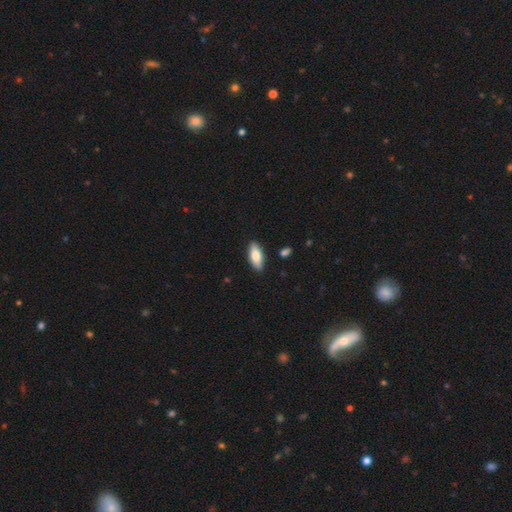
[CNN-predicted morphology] smooth 78%, featured or disk 16%, star or artifact 6%. Down the decision tree: how rounded — in between (81%); merging — none (88%).